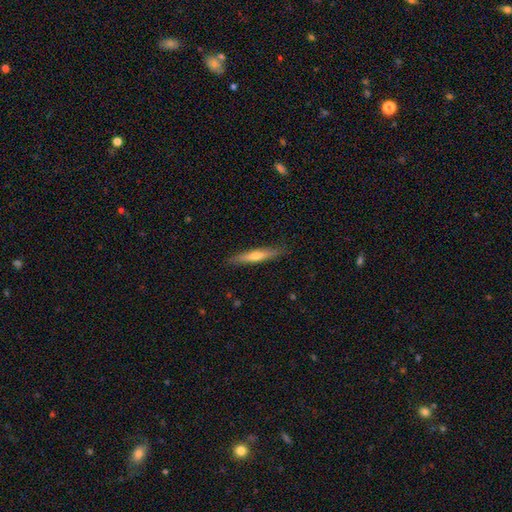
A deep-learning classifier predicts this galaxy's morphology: Overall: smooth (47%, tied with featured or disk). Merging: none (88%).